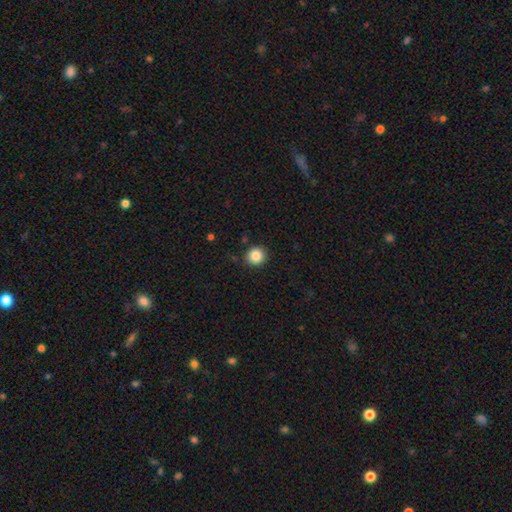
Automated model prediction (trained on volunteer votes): Overall: smooth (86%). How rounded: round (92%). Merging: none (90%).